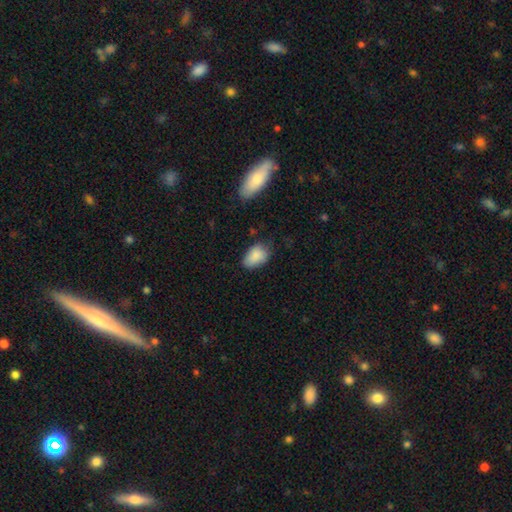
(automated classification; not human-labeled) Smooth or featured: smooth — 86% (star or artifact — 7%)
How rounded: in between — 90% (round — 9%)
Merging: none — 61% (minor disturbance — 30%)